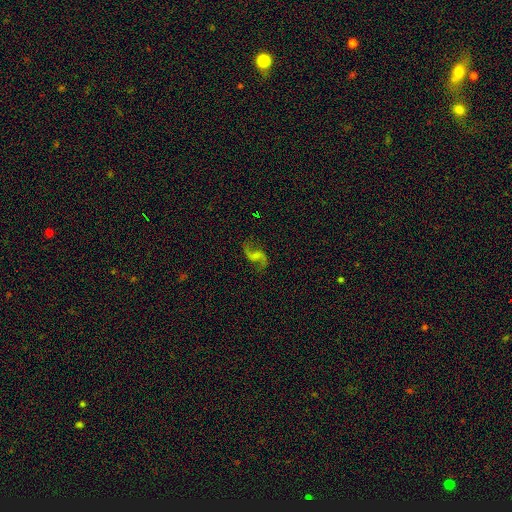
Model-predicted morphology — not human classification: Smooth or featured: featured or disk — 85% (star or artifact — 8%)
Edge-on disk: no — 98% (yes — 2%)
Bar: weak — 47% (no — 36%)
Spiral arms: yes — 96% (no — 4%)
Spiral winding: loose — 82% (medium — 15%)
Spiral arm count: 2 — 93% (1 — 2%)
Bulge size: small — 44% (none — 30%)
Merging: none — 80% (minor disturbance — 12%)